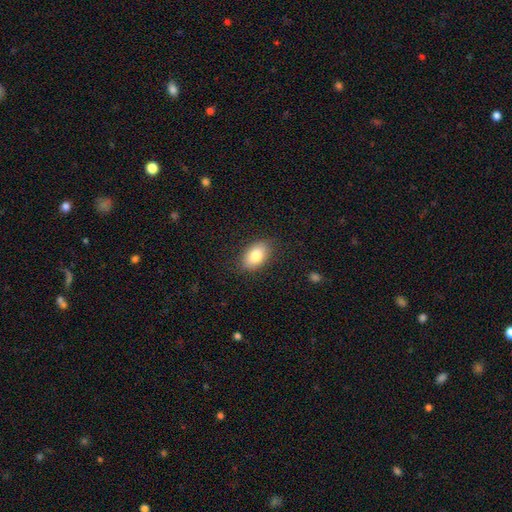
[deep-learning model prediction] Smooth or featured: smooth — 82% (featured or disk — 11%)
How rounded: in between — 90% (round — 8%)
Merging: none — 85% (minor disturbance — 11%)